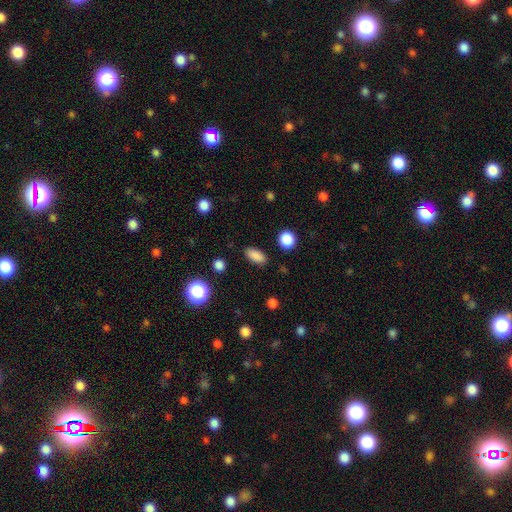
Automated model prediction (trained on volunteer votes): This appears to be a smooth galaxy with no disk features (86%) that is in between round and cigar-shaped (86%). Merging: none (88%).